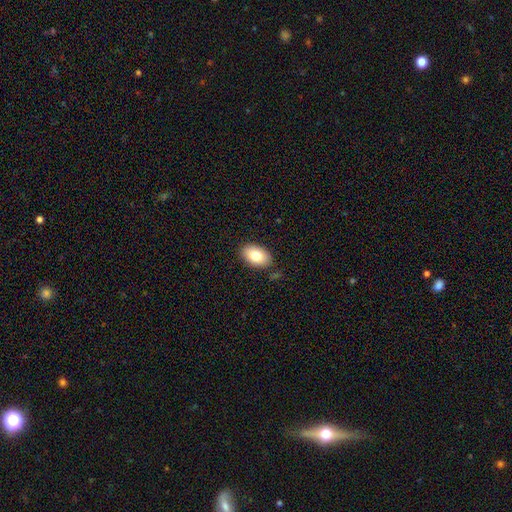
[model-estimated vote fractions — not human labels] This appears to be a smooth galaxy with no disk features (80%) that is in between round and cigar-shaped (92%). Merging: none (85%).